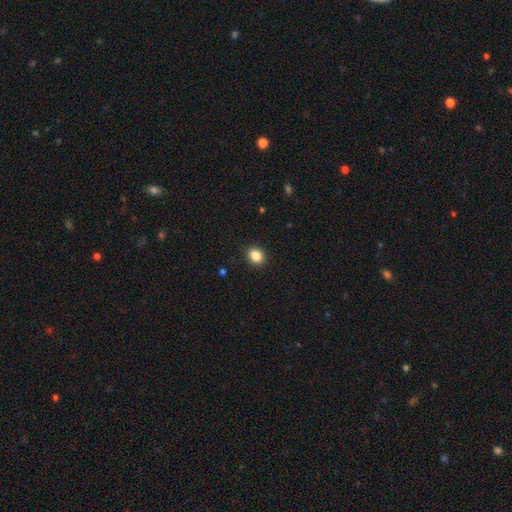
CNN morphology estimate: type=smooth (86%); roundness=round (66%); merging=none (91%).